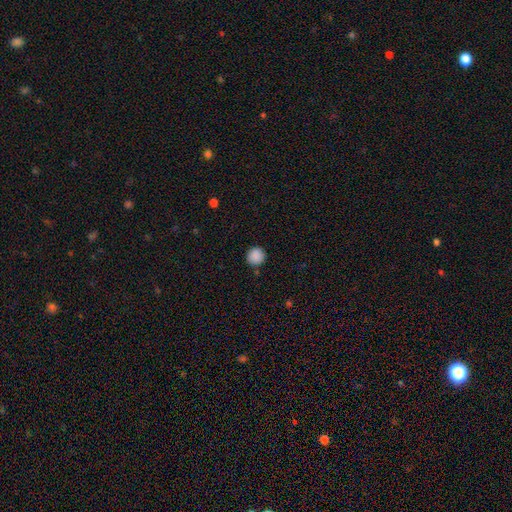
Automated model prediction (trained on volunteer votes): smooth 88%, star or artifact 9%, featured or disk 3%. Down the decision tree: how rounded — round (93%); merging — none (88%).